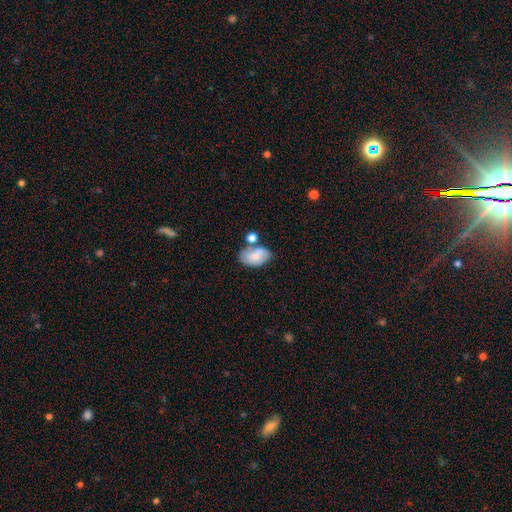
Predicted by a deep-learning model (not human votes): smooth 71%, featured or disk 22%, star or artifact 7%. Down the decision tree: how rounded — in between (90%); merging — none (50%).